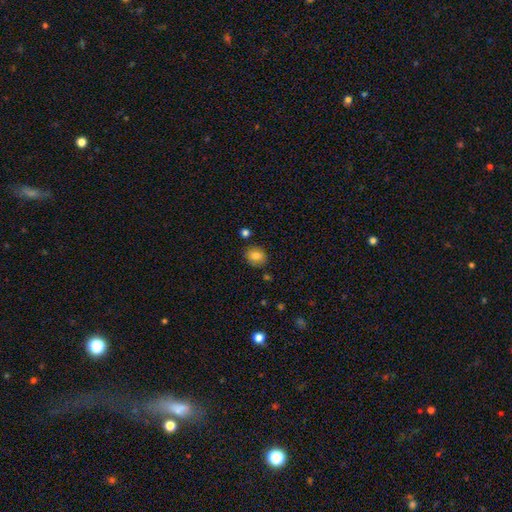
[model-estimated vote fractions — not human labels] Smooth or featured? Predicted: smooth (p=0.81). How rounded? Predicted: in between (p=0.51). Merging? Predicted: none (p=0.79).